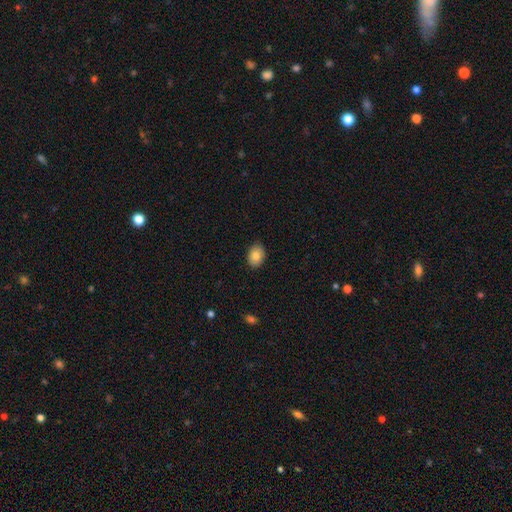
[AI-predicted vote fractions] Smooth or featured? smooth (84%)
How rounded? in between (75%)
Merging? none (88%)